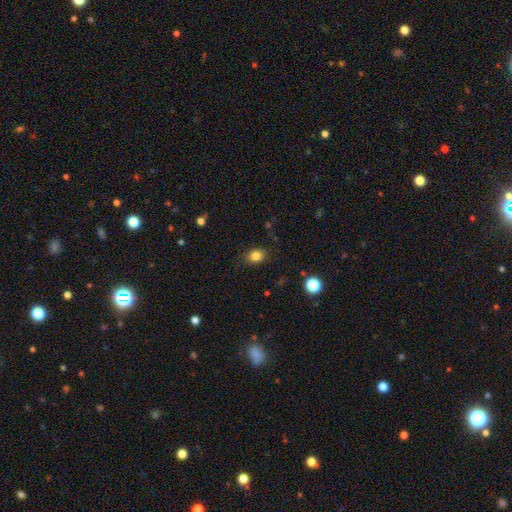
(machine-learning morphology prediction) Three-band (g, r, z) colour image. It shows a smooth galaxy with no disk features (82%) that is round (51%). Merging: none (80%).